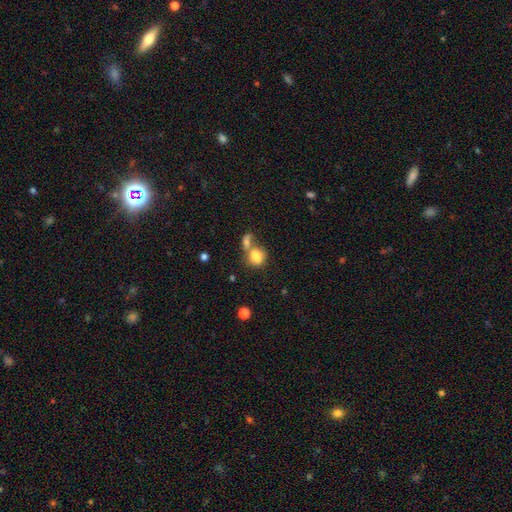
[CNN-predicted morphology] Q: Smooth or featured?
A: smooth (80%); runner-up: featured or disk (11%)
Q: How rounded?
A: in between (59%); runner-up: round (39%)
Q: Merging?
A: merger (55%); runner-up: none (27%)